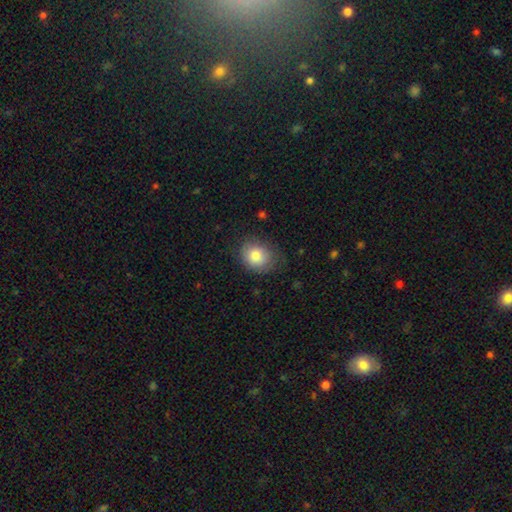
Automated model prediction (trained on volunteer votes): Overall: smooth (82%). How rounded: round (59%; in between 40%). Merging: none (72%).